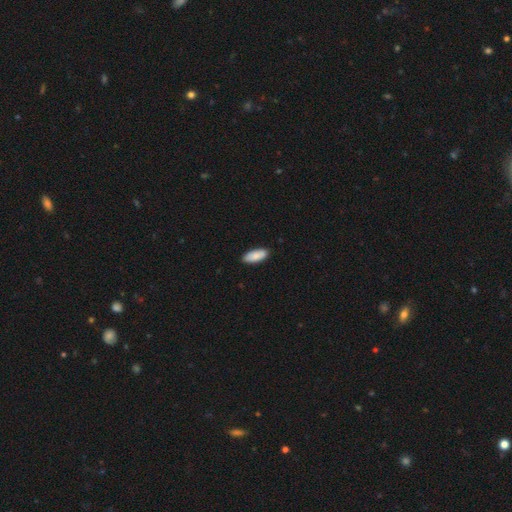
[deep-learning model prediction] Q: Smooth or featured?
A: smooth (85%); runner-up: featured or disk (9%)
Q: How rounded?
A: in between (82%); runner-up: cigar-shaped (16%)
Q: Merging?
A: none (88%); runner-up: minor disturbance (10%)